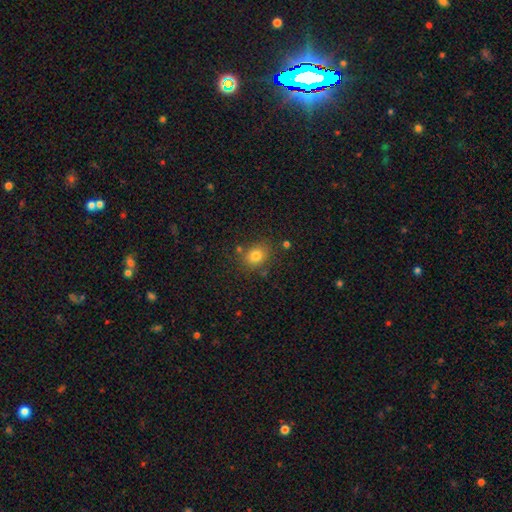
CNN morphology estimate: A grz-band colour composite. It shows a smooth galaxy with no disk features (79%) that is round (53%). Merging: none (78%).